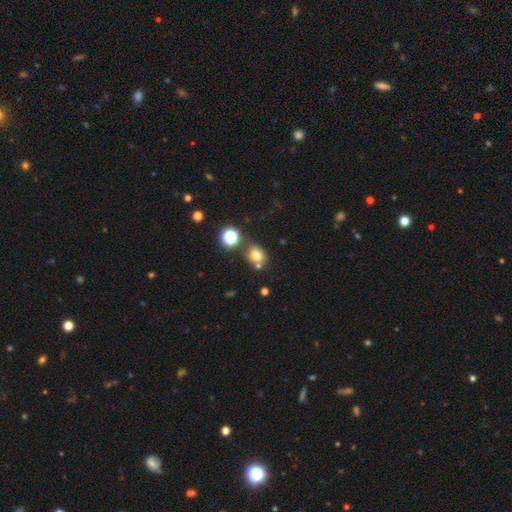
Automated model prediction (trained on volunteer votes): Smooth or featured? Predicted: smooth (p=0.73). How rounded? Predicted: round (p=0.68). Merging? Predicted: none (p=0.67).